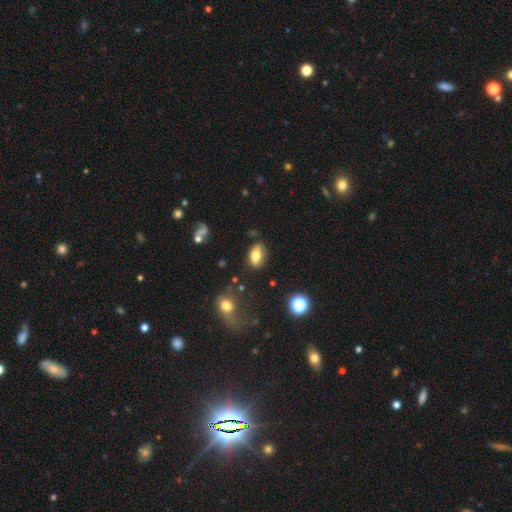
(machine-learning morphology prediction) This is likely a smooth galaxy (75%). How rounded: clearly in between (88%). Merging: likely none (79%).